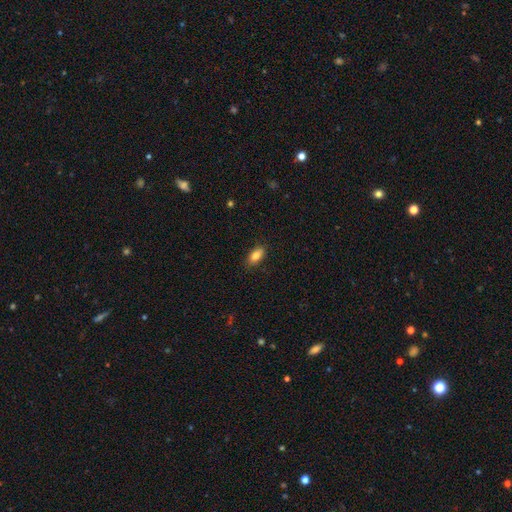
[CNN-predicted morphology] The model was most divided on "smooth or featured": smooth: 83%, featured or disk: 10%, star or artifact: 8%. More confident: how rounded — in between (88%); merging — none (85%).